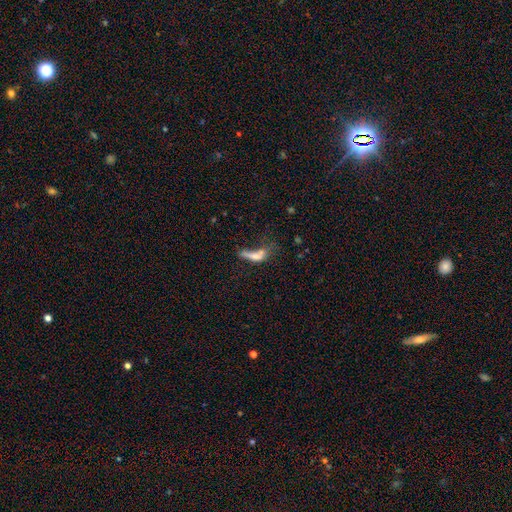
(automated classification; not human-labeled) This is possibly a smooth galaxy (56%). How rounded: possibly in between (49%). Merging: marginally major disturbance (41%).